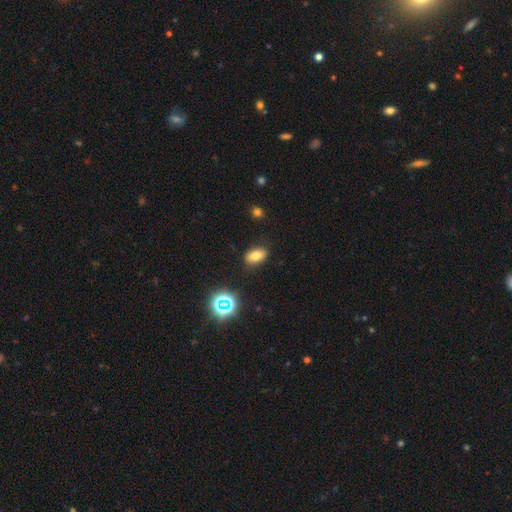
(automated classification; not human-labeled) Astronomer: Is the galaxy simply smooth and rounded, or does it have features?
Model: smooth — 75%.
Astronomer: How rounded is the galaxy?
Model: in between — 86%.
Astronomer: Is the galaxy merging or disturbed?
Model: none — 84%.